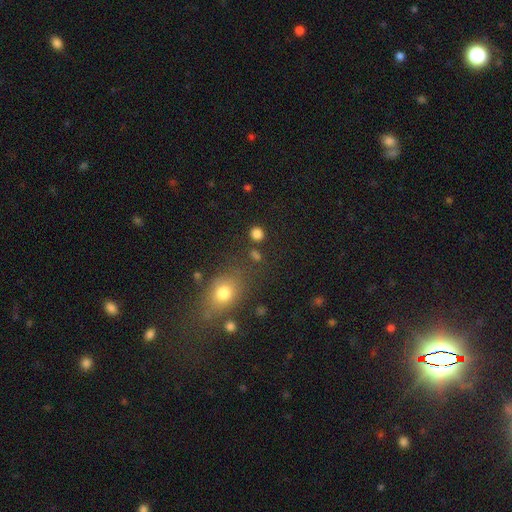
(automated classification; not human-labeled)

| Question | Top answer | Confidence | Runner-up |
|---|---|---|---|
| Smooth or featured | smooth | 68% | star or artifact (23%) |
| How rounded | round | 65% | in between (32%) |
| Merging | none | 74% | minor disturbance (12%) |